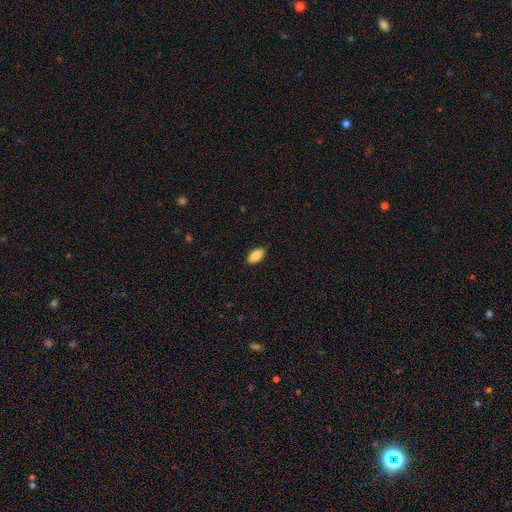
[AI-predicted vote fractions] A smooth galaxy with no disk features (87%) that is in between round and cigar-shaped (91%).

Vote fractions:
- Smooth or featured? smooth: 87% / star or artifact: 7% / featured or disk: 6%
- How rounded? in between: 91% / cigar-shaped: 6% / round: 3%
- Merging? none: 81% / minor disturbance: 16% / major disturbance: 2% / merger: 1%